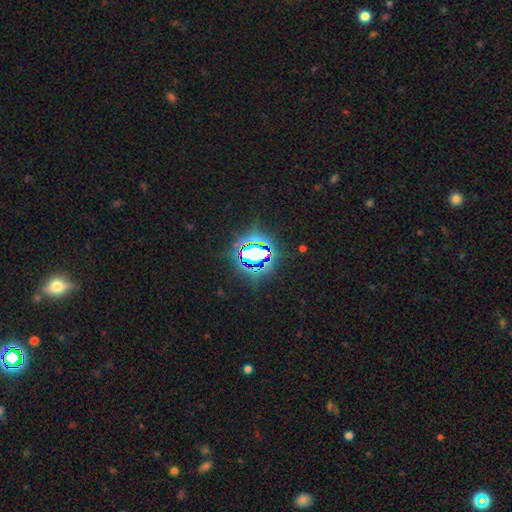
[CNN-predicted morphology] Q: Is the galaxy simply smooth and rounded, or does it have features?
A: star or artifact — 74%.